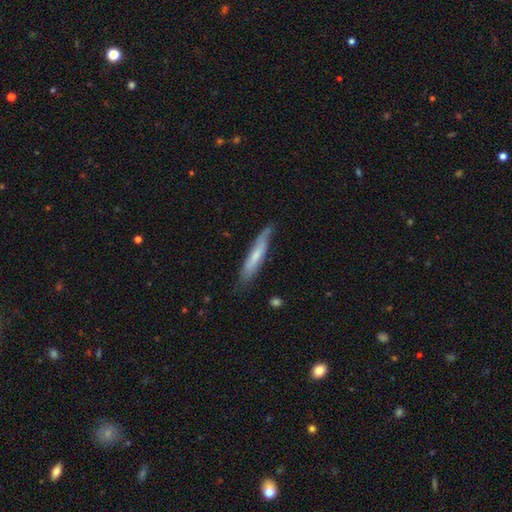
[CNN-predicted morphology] This is possibly a smooth galaxy (56%). How rounded: clearly cigar-shaped (89%). Merging: likely none (70%).